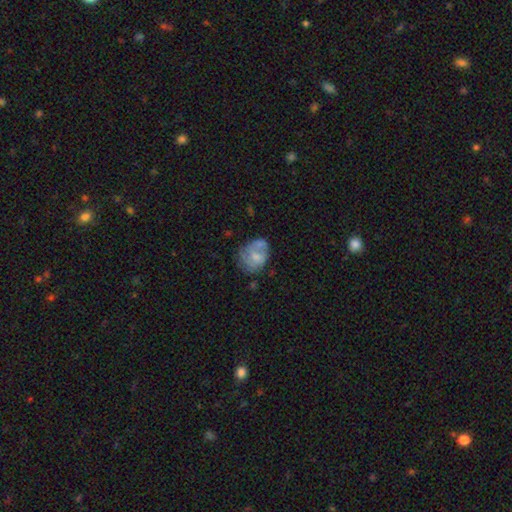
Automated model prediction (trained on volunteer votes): Smooth or featured? Predicted: smooth (p=0.48). Merging? Predicted: none (p=0.43).